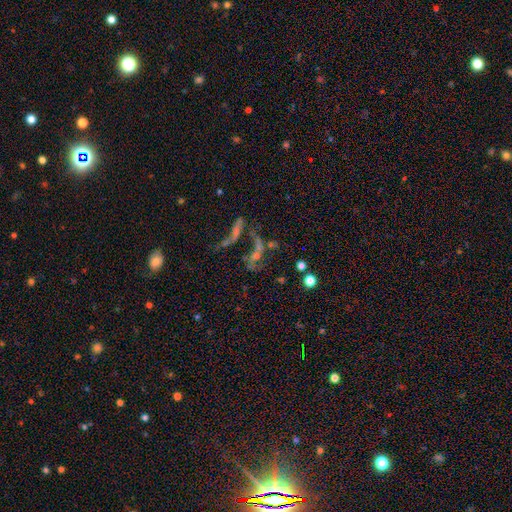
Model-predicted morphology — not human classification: A star or artifact, not a galaxy (44%).